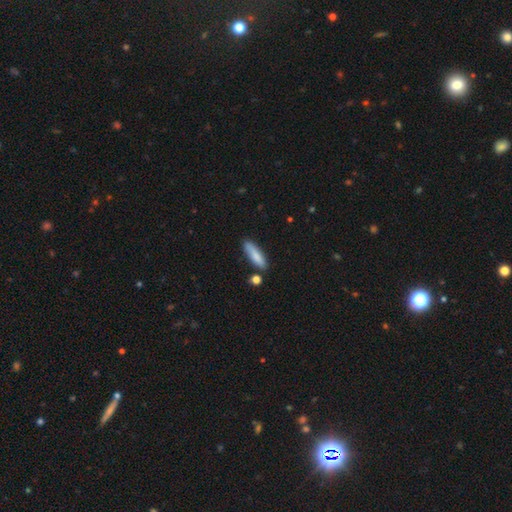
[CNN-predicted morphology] This appears to be a smooth galaxy with no disk features (83%) that is cigar-shaped (63%). Merging: none (77%).